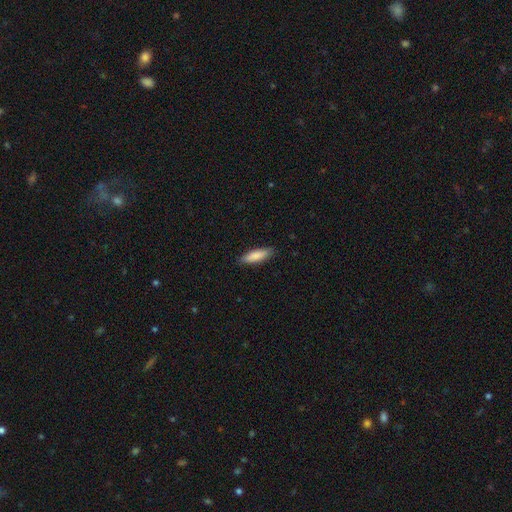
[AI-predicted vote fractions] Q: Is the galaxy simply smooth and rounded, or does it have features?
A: smooth — 85%.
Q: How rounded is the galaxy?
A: cigar-shaped — 58%.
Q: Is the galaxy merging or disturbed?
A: none — 88%.